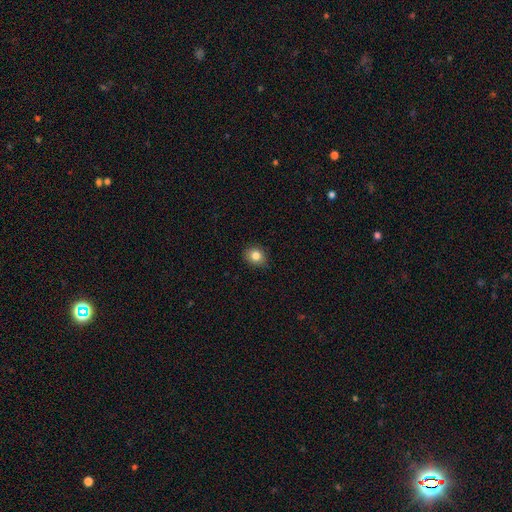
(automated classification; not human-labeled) smooth_or_featured: smooth (p=0.83) [alt: star or artifact p=0.10]
how_rounded: round (p=0.62) [alt: in between p=0.37]
merging: none (p=0.85) [alt: minor disturbance p=0.12]